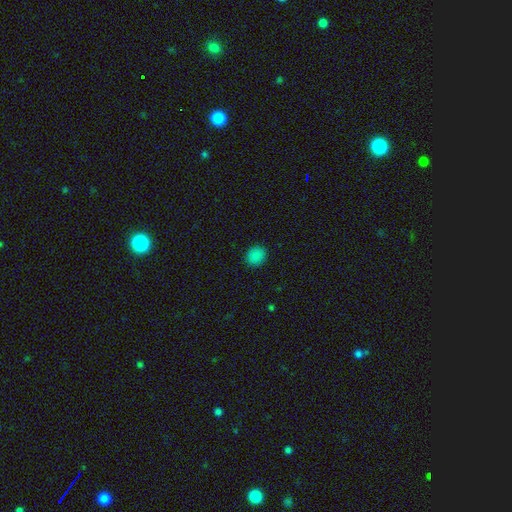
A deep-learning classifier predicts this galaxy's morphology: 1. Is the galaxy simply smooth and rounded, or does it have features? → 85% smooth, 12% star or artifact, 3% featured or disk.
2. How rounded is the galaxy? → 77% round, 22% in between, 1% cigar-shaped.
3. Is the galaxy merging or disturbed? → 90% none, 7% minor disturbance, 2% major disturbance, 1% merger.